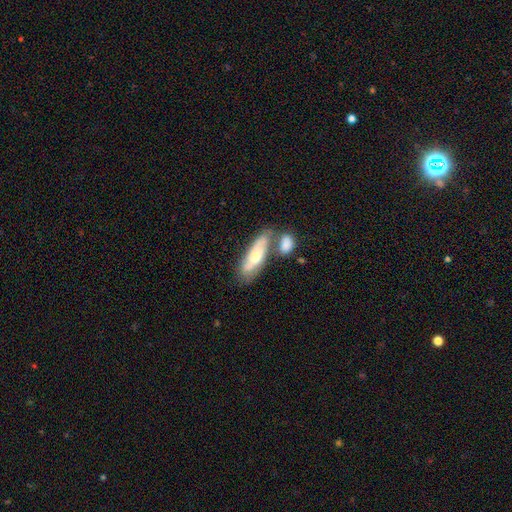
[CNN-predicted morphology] Overall: smooth (56%; featured or disk 38%). How rounded: in between (55%; cigar-shaped 43%). Merging: none (40%; merger 35%).